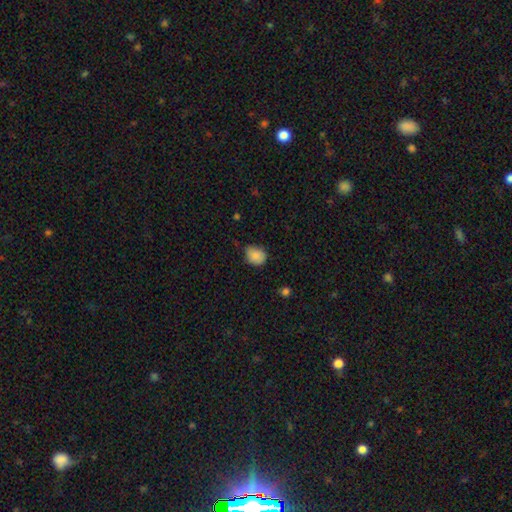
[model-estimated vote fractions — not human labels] Q: Smooth or featured?
A: smooth (85%); runner-up: star or artifact (8%)
Q: How rounded?
A: round (60%); runner-up: in between (39%)
Q: Merging?
A: none (63%); runner-up: minor disturbance (31%)